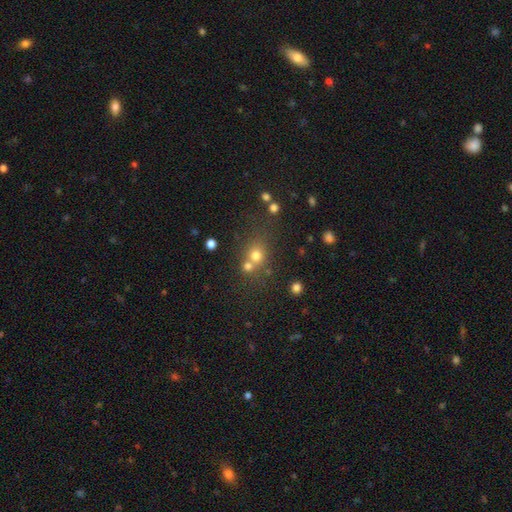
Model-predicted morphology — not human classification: The model was most divided on "merging": none: 47%, merger: 38%, minor disturbance: 9%, major disturbance: 5%. More confident: how rounded — round (77%); smooth or featured — smooth (72%).